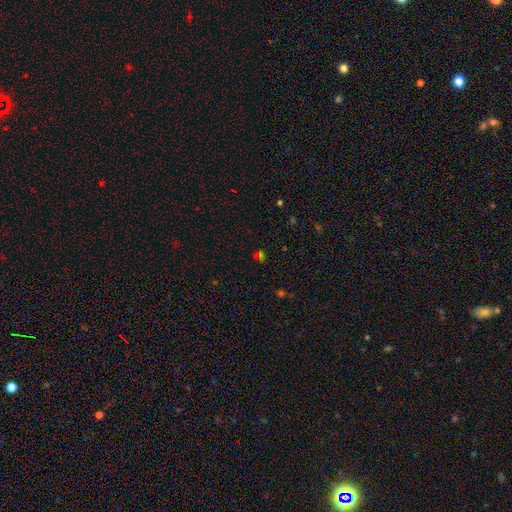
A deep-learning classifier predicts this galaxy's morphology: Smooth or featured: star or artifact — 48% (smooth — 43%)